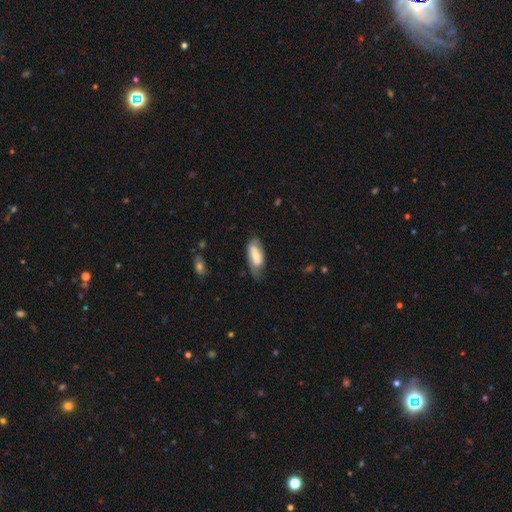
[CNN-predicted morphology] Smooth or featured? Predicted: smooth (p=0.48). Merging? Predicted: none (p=0.60).